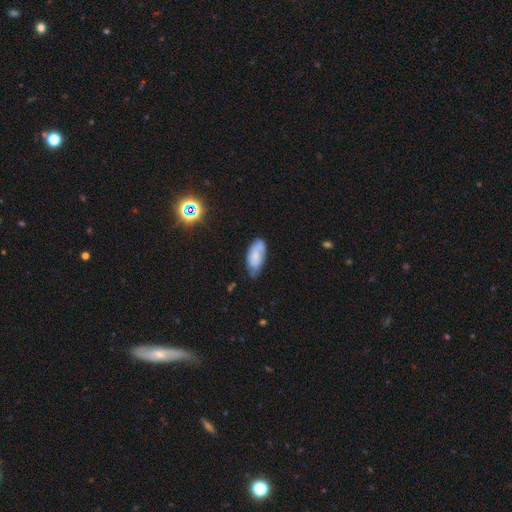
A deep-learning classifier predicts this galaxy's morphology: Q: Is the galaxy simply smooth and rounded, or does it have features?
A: smooth — 72%.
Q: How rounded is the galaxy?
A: in between — 88%.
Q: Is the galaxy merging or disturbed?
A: none — 53%.